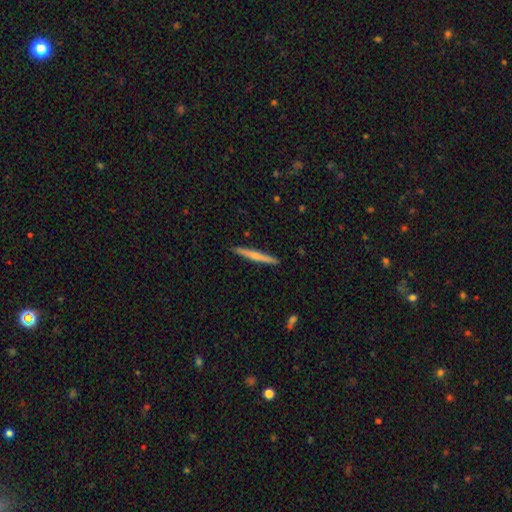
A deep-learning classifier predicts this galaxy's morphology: This appears to be a smooth galaxy with no disk features (49%). Merging: none (91%).